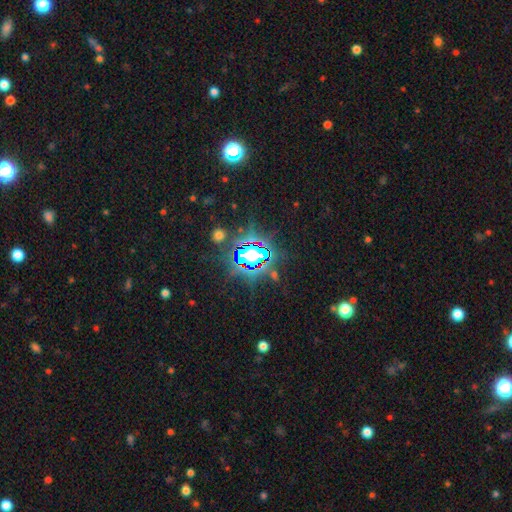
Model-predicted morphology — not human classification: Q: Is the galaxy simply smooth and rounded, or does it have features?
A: star or artifact — 75%.